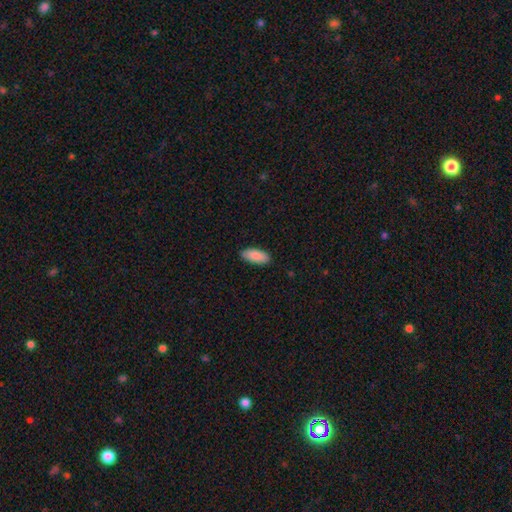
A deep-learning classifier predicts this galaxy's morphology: A smooth galaxy with no disk features (89%) that is in between round and cigar-shaped (85%).

Vote fractions:
- Smooth or featured? smooth: 89% / star or artifact: 6% / featured or disk: 5%
- How rounded? in between: 85% / cigar-shaped: 13% / round: 2%
- Merging? none: 88% / minor disturbance: 9% / major disturbance: 2% / merger: 1%